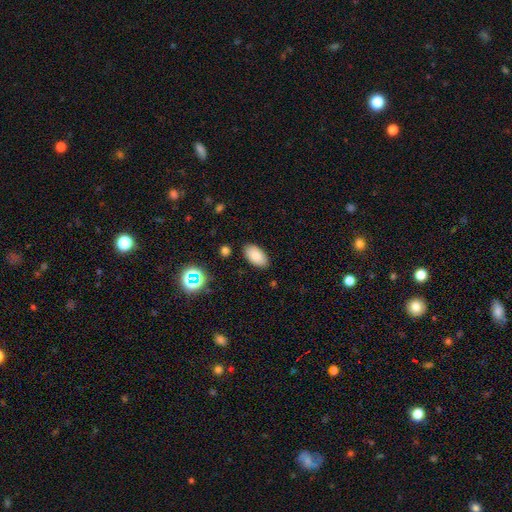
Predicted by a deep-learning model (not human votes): Smooth or featured? Predicted: smooth (p=0.82). How rounded? Predicted: in between (p=0.95). Merging? Predicted: none (p=0.86).